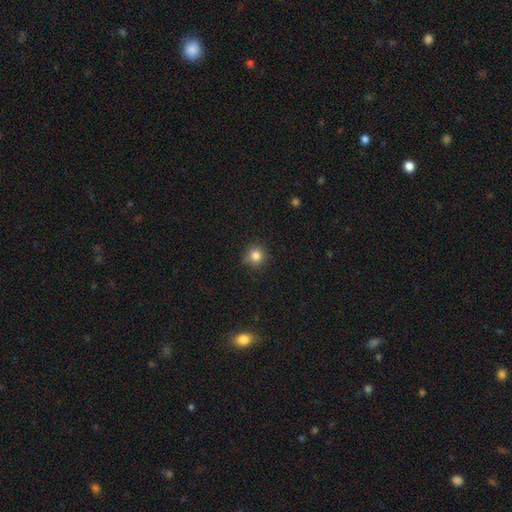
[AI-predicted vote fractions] smooth_or_featured: smooth (p=0.83) [alt: star or artifact p=0.12]
how_rounded: round (p=0.93) [alt: in between p=0.06]
merging: none (p=0.85) [alt: minor disturbance p=0.11]